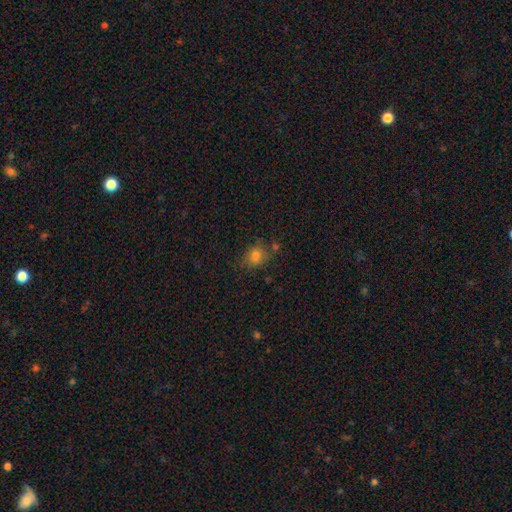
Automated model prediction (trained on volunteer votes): Smooth or featured?
  - smooth: 78% *
  - star or artifact: 14%
  - featured or disk: 8%
How rounded?
  - round: 63% *
  - in between: 36%
  - cigar-shaped: 1%
Merging?
  - none: 71% *
  - minor disturbance: 16%
  - merger: 8%
  - major disturbance: 4%